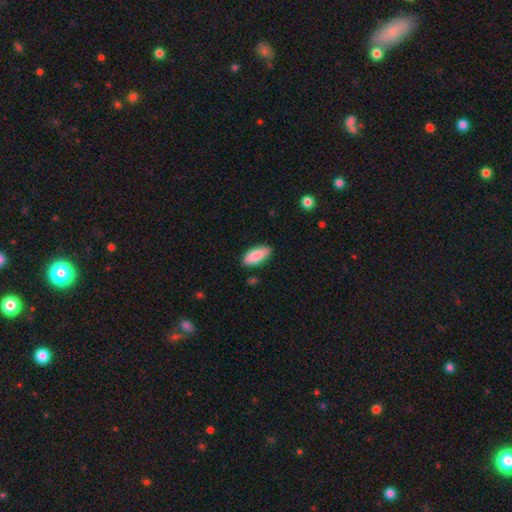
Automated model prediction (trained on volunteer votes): Smooth or featured? smooth (87%)
How rounded? in between (87%)
Merging? none (84%)